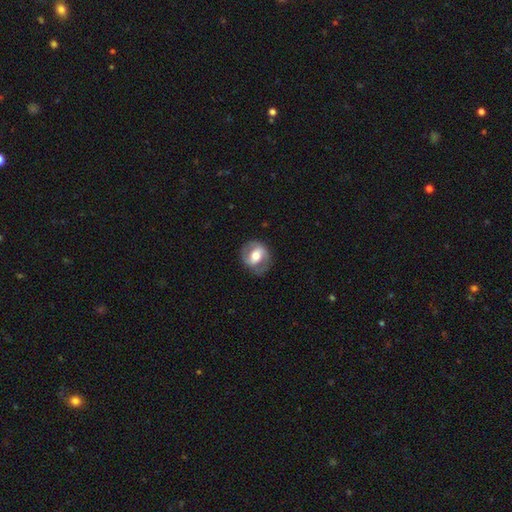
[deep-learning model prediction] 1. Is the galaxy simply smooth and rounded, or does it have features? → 55% featured or disk, 38% smooth, 6% star or artifact.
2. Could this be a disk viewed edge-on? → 95% no, 5% yes.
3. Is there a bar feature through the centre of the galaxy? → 37% strong, 36% weak, 27% no.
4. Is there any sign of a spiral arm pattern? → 55% yes, 45% no.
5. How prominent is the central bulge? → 62% moderate, 25% large, 10% small, 2% dominant, 1% none.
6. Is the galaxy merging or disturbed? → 76% none, 16% minor disturbance, 8% major disturbance, 1% merger.